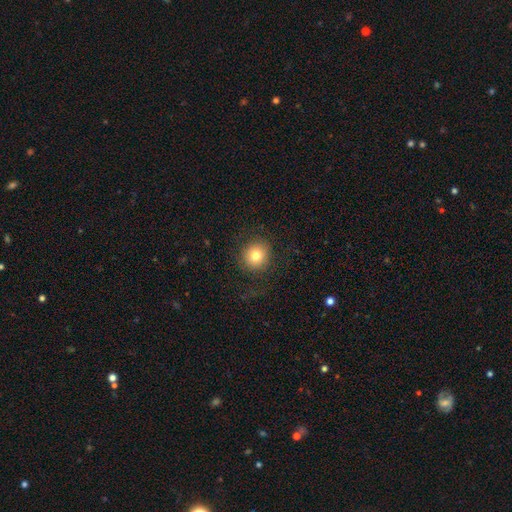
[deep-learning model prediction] Overall: smooth (79%). How rounded: round (90%). Merging: none (85%).